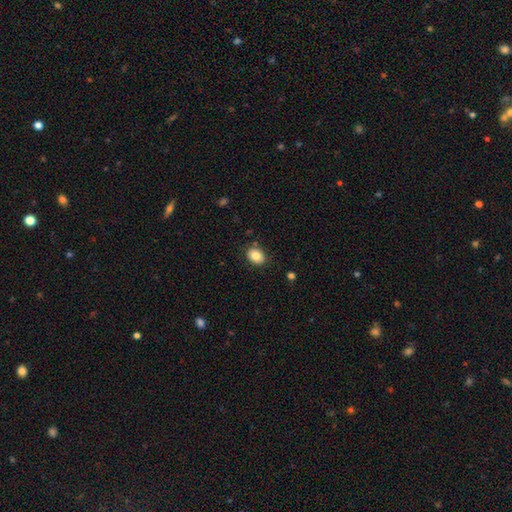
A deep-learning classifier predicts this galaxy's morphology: A smooth galaxy with no disk features (83%) that is in between round and cigar-shaped (62%).

Vote fractions:
- Smooth or featured? smooth: 83% / star or artifact: 9% / featured or disk: 8%
- How rounded? in between: 62% / round: 37% / cigar-shaped: 1%
- Merging? none: 85% / minor disturbance: 11% / major disturbance: 2% / merger: 2%